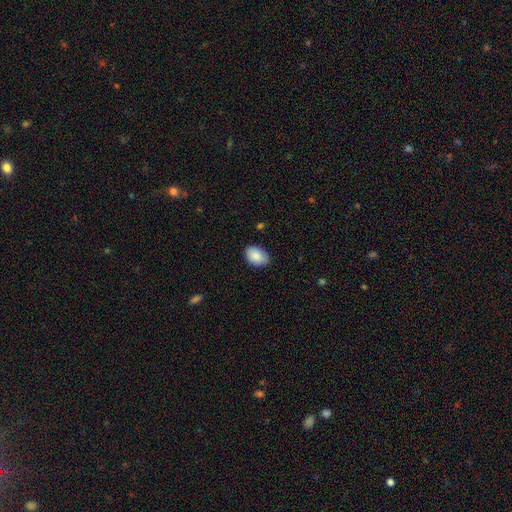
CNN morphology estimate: The model was most divided on "merging": none: 81%, minor disturbance: 16%, major disturbance: 2%, merger: 1%. More confident: smooth or featured — smooth (88%); how rounded — in between (85%).